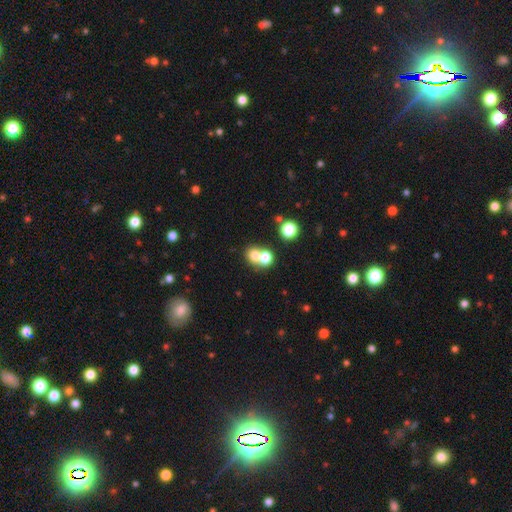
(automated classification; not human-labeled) Smooth or featured?
  - smooth: 72% *
  - star or artifact: 15%
  - featured or disk: 13%
How rounded?
  - round: 74% *
  - in between: 25%
  - cigar-shaped: 1%
Merging?
  - merger: 53% *
  - none: 37%
  - minor disturbance: 6%
  - major disturbance: 3%